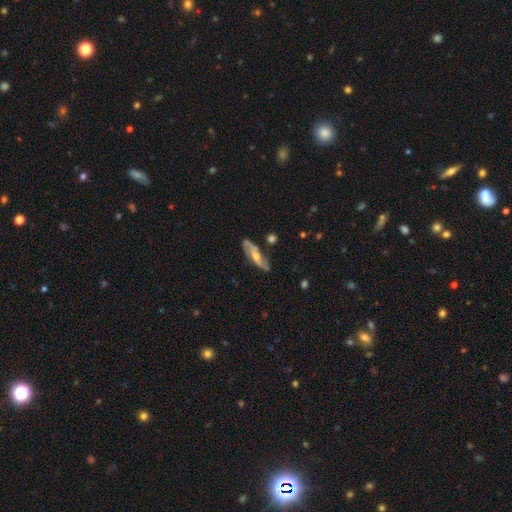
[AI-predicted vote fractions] Smooth or featured: featured or disk — 68% (smooth — 26%)
Edge-on disk: no — 74% (yes — 26%)
Bar: no — 44% (weak — 37%)
Spiral arms: yes — 85% (no — 15%)
Bulge size: moderate — 57% (small — 33%)
Merging: none — 73% (minor disturbance — 18%)